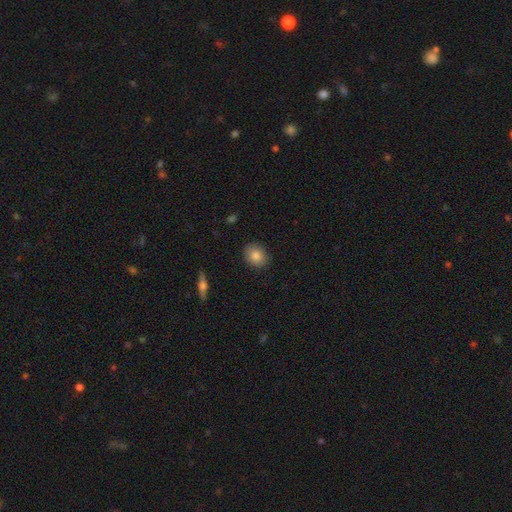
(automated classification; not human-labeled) Smooth or featured: smooth — 83% (featured or disk — 10%)
How rounded: round — 58% (in between — 41%)
Merging: none — 88% (minor disturbance — 9%)